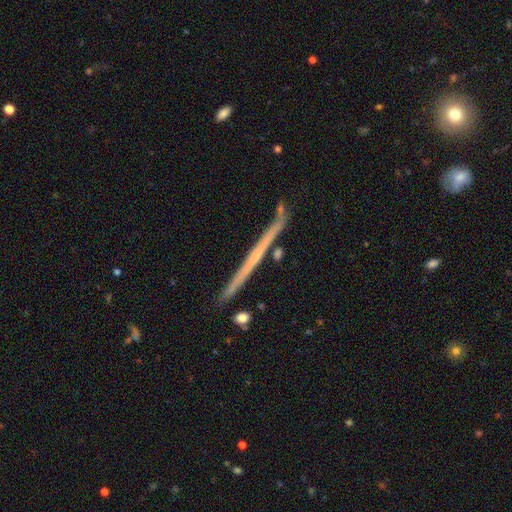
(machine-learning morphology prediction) Smooth or featured? featured or disk (65%)
Edge-on disk? yes (98%)
Edge-on bulge? none (84%)
Merging? none (88%)